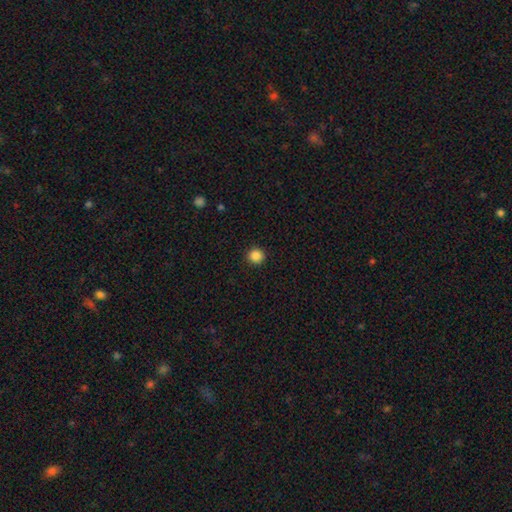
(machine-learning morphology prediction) smooth-or-featured: smooth: 86% | star or artifact: 11% | featured or disk: 3%
  how-rounded: round: 95% | in between: 4% | cigar-shaped: 1%
  merging: none: 93% | minor disturbance: 4% | major disturbance: 2% | merger: 1%